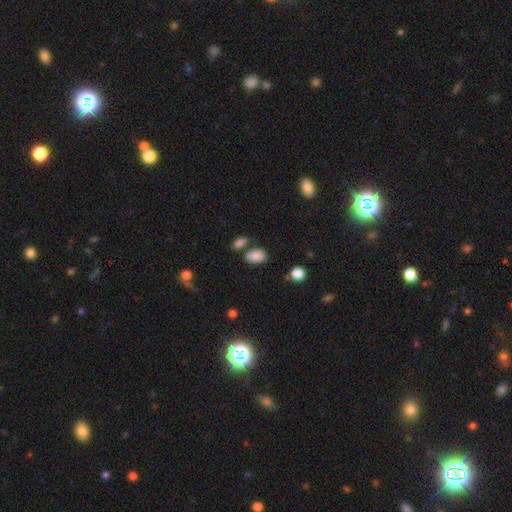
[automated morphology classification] A smooth galaxy with no disk features (84%) that is in between round and cigar-shaped (89%). Merging: none (66%).